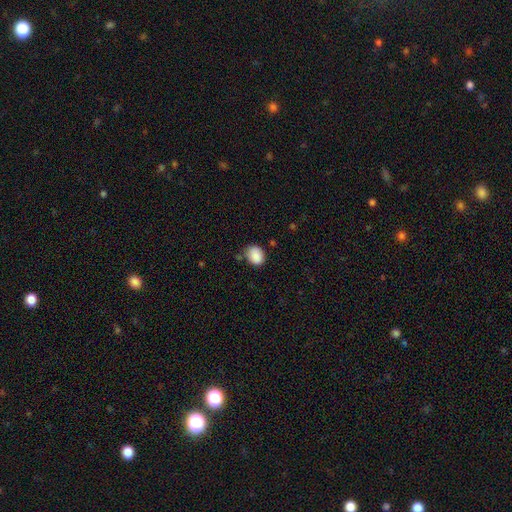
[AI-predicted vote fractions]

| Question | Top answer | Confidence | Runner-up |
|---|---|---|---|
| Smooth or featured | smooth | 89% | star or artifact (8%) |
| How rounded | in between | 52% | round (47%) |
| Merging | none | 75% | minor disturbance (17%) |